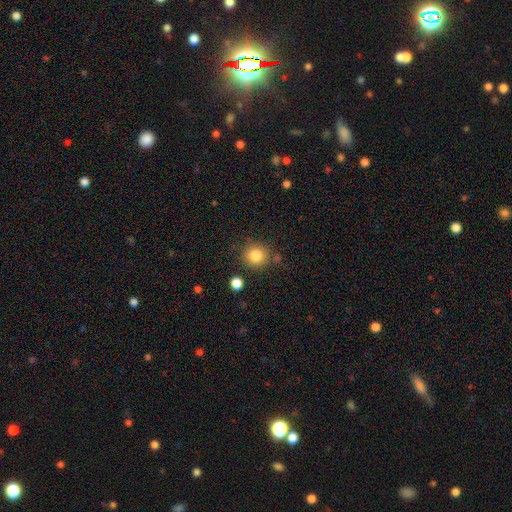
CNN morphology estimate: Q: Smooth or featured?
A: smooth (84%); runner-up: star or artifact (10%)
Q: How rounded?
A: round (90%); runner-up: in between (9%)
Q: Merging?
A: none (80%); runner-up: minor disturbance (10%)